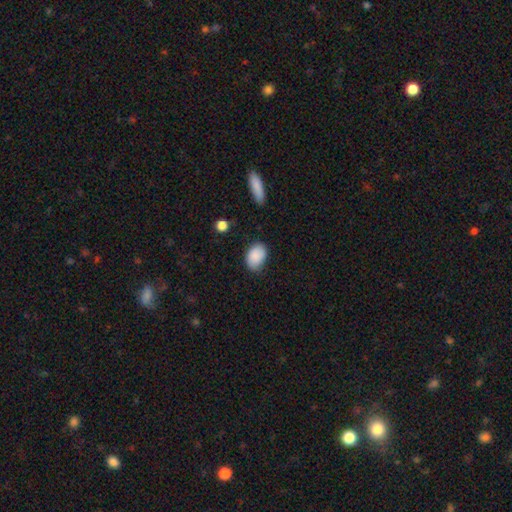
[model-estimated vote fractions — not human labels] The model was most divided on "merging": none: 76%, minor disturbance: 18%, major disturbance: 4%, merger: 2%. More confident: smooth or featured — smooth (88%); how rounded — in between (84%).